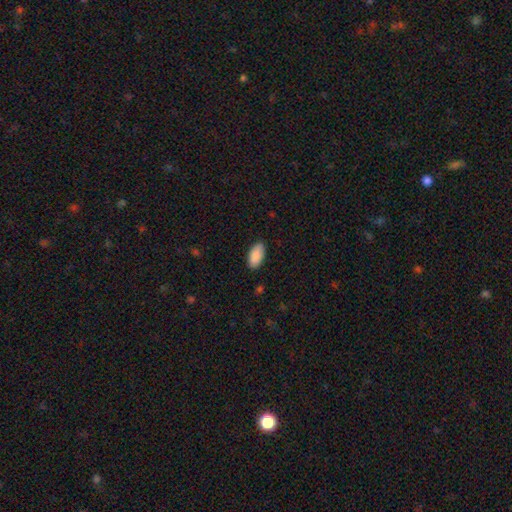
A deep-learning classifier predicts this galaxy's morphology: Smooth or featured?
  - smooth: 90% *
  - star or artifact: 6%
  - featured or disk: 4%
How rounded?
  - in between: 95% *
  - cigar-shaped: 3%
  - round: 2%
Merging?
  - none: 88% *
  - minor disturbance: 10%
  - major disturbance: 2%
  - merger: 1%